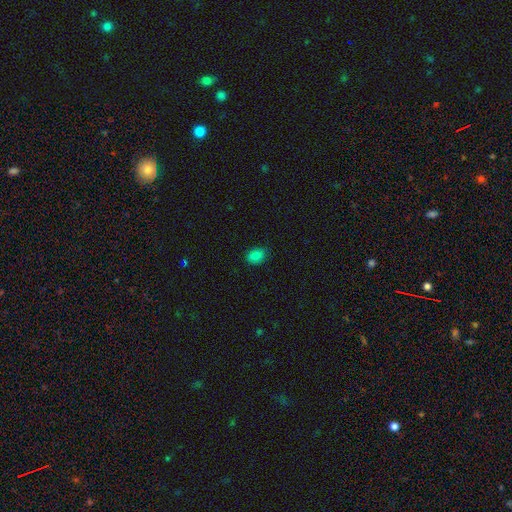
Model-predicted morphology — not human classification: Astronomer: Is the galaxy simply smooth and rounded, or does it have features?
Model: smooth — 84%.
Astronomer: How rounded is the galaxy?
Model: in between — 72%.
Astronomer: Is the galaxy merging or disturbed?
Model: none — 79%.